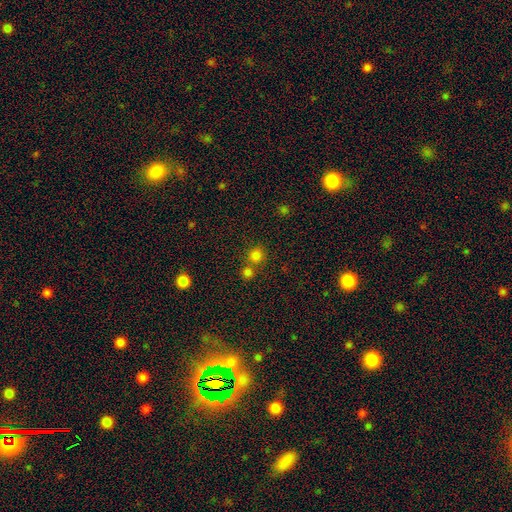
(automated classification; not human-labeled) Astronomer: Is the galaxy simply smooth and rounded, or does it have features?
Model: smooth — 79%.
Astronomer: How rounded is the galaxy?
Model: round — 89%.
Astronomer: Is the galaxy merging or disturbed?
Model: none — 63%.